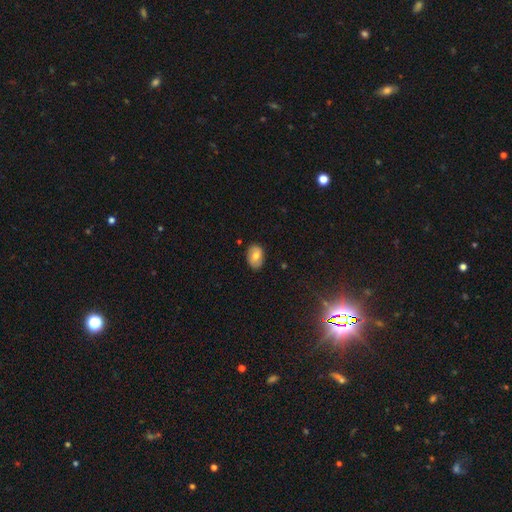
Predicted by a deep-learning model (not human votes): This appears to be a smooth galaxy with no disk features (70%) that is in between round and cigar-shaped (83%). Merging: none (81%).